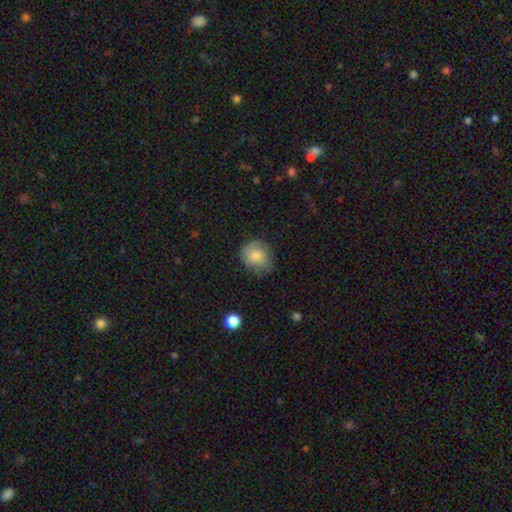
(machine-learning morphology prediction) smooth 74%, featured or disk 17%, star or artifact 8%. Down the decision tree: how rounded — round (70%); merging — none (66%).